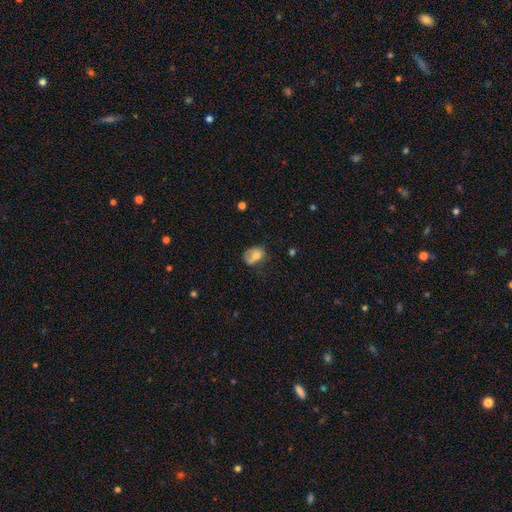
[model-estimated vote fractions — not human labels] Smooth or featured? Predicted: smooth (p=0.67). How rounded? Predicted: in between (p=0.75). Merging? Predicted: none (p=0.37).